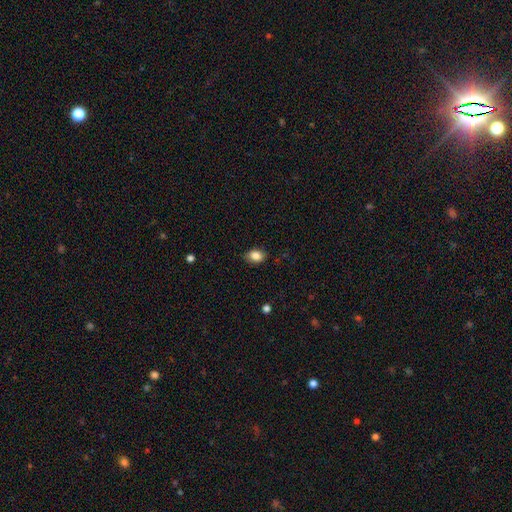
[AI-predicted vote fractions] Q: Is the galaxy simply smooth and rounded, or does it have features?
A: smooth — 85%.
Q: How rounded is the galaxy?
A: in between — 74%.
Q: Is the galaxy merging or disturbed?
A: none — 83%.